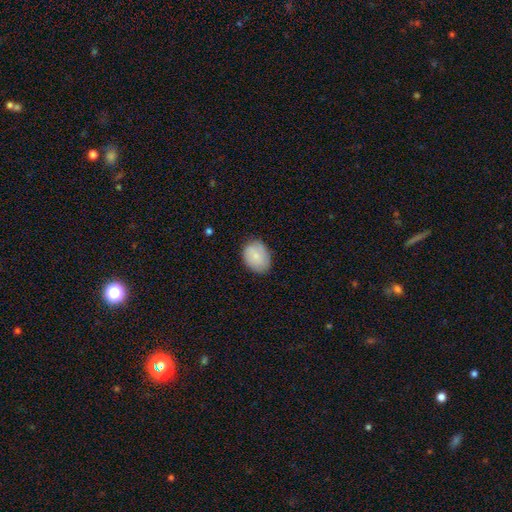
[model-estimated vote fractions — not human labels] Smooth or featured? smooth (82%)
How rounded? in between (69%)
Merging? none (81%)